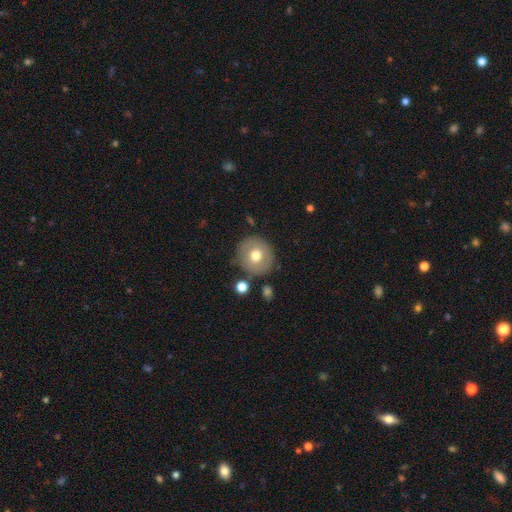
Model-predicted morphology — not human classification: Overall: smooth (66%; featured or disk 26%). How rounded: round (92%). Merging: none (81%).